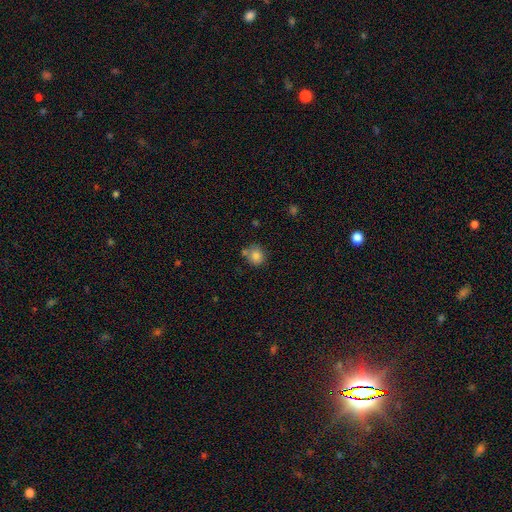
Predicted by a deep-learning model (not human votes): The model was most divided on "merging": none: 66%, merger: 16%, minor disturbance: 15%, major disturbance: 4%. More confident: how rounded — round (88%); smooth or featured — smooth (81%).